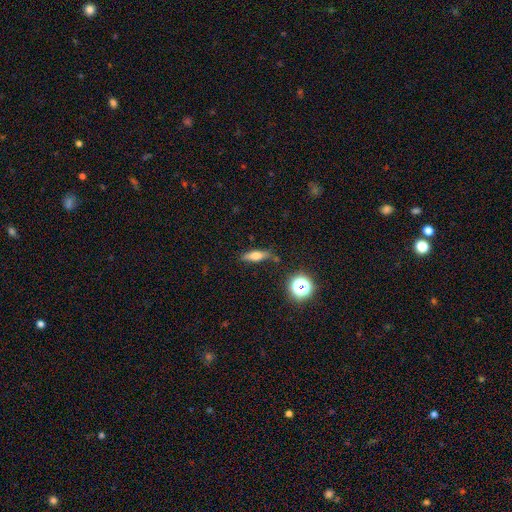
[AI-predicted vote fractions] The model was most divided on "how rounded": cigar-shaped: 50%, in between: 44%, round: 7%. More confident: merging — none (69%); smooth or featured — smooth (60%).